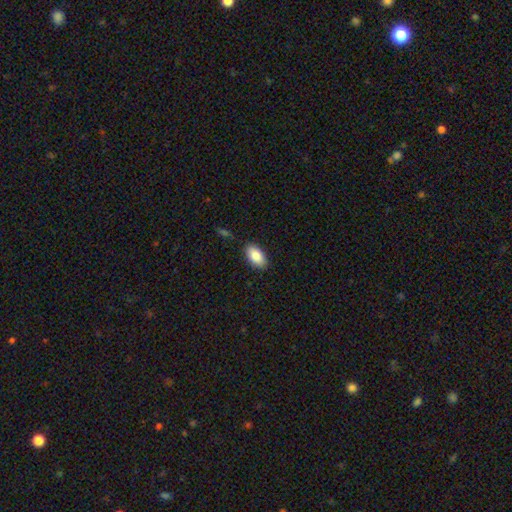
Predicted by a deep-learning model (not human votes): This is clearly a smooth galaxy (86%). How rounded: clearly in between (94%). Merging: clearly none (88%).